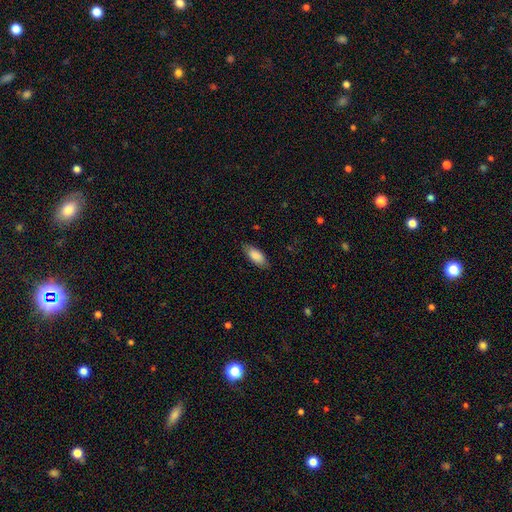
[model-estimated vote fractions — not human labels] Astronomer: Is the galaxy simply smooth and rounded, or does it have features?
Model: smooth — 87%.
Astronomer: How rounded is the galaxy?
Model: in between — 82%.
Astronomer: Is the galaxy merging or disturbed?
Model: none — 82%.